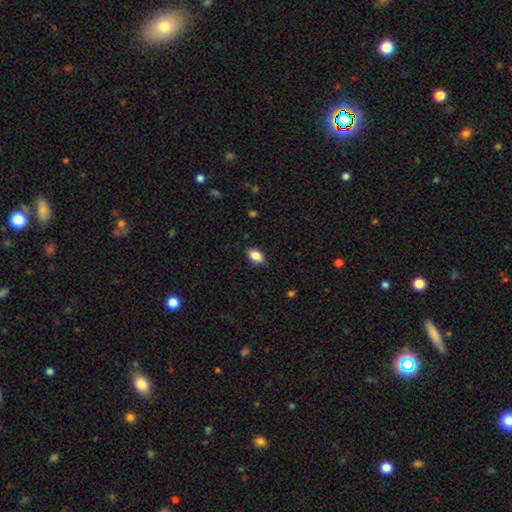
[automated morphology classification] Smooth or featured? Predicted: smooth (p=0.86). How rounded? Predicted: in between (p=0.90). Merging? Predicted: none (p=0.83).